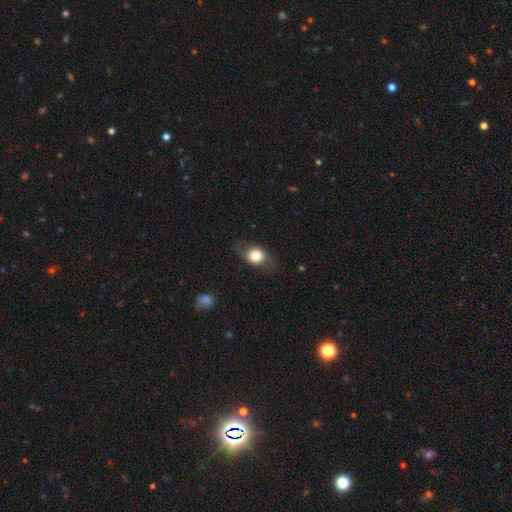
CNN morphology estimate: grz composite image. It shows a smooth galaxy with no disk features (69%) that is in between round and cigar-shaped (52%). Merging: none (74%).